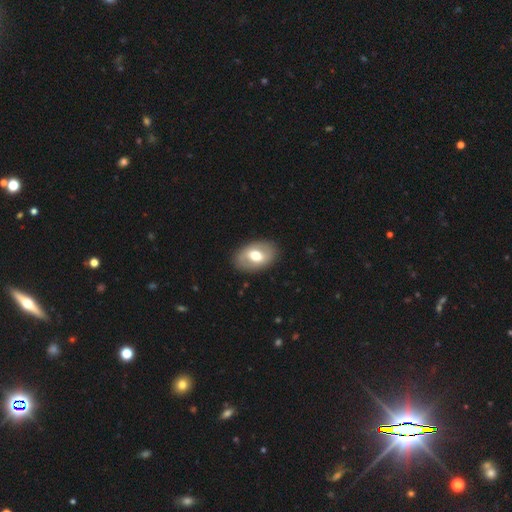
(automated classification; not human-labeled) smooth_or_featured: smooth (p=0.54) [alt: featured or disk p=0.40]
how_rounded: in between (p=0.83) [alt: round p=0.16]
merging: none (p=0.87) [alt: minor disturbance p=0.09]